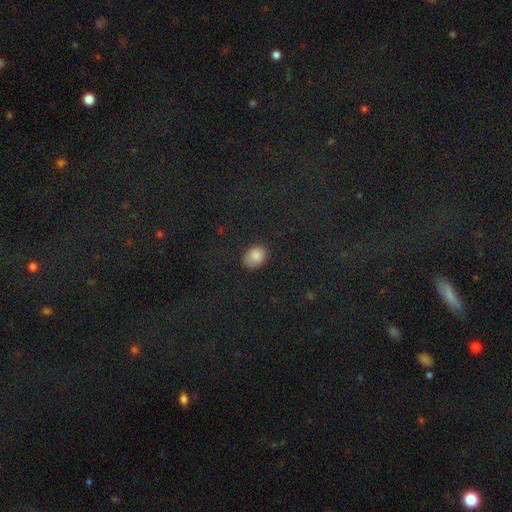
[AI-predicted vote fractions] A smooth galaxy with no disk features (84%) that is in between round and cigar-shaped (60%). Merging: none (78%).